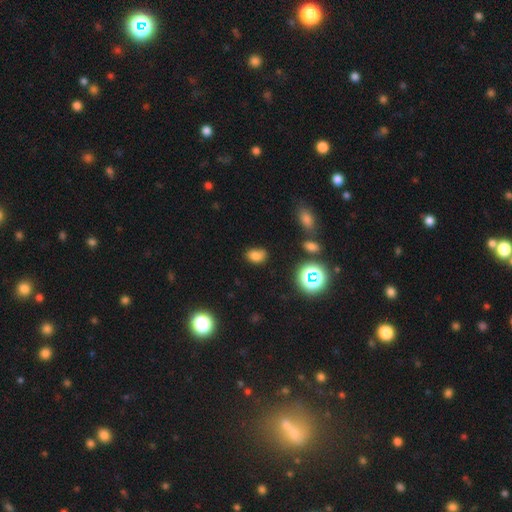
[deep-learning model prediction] Q: Smooth or featured?
A: smooth (73%); runner-up: star or artifact (19%)
Q: How rounded?
A: in between (72%); runner-up: round (26%)
Q: Merging?
A: none (67%); runner-up: minor disturbance (22%)